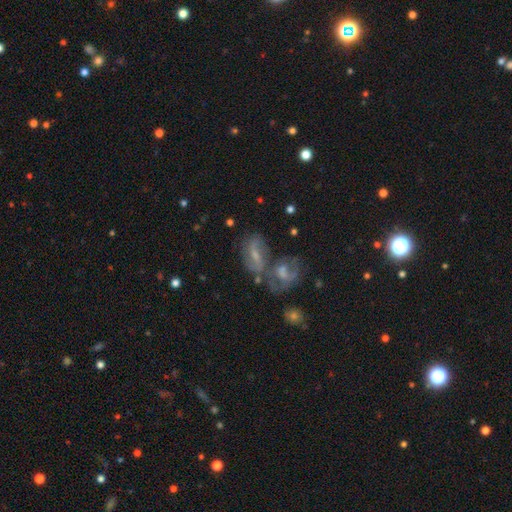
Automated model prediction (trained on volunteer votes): This appears to be a featured or disk galaxy (60%) with a weak bar (47%), spiral arms (78%) and a small central bulge (54%). Merging: merger (39%).